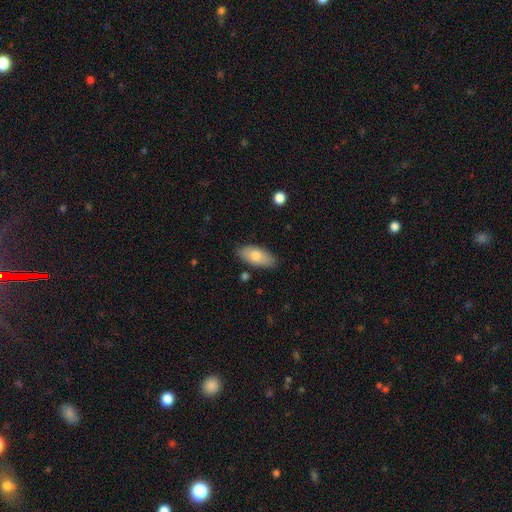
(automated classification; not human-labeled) Overall: smooth (77%). How rounded: in between (88%). Merging: none (84%).